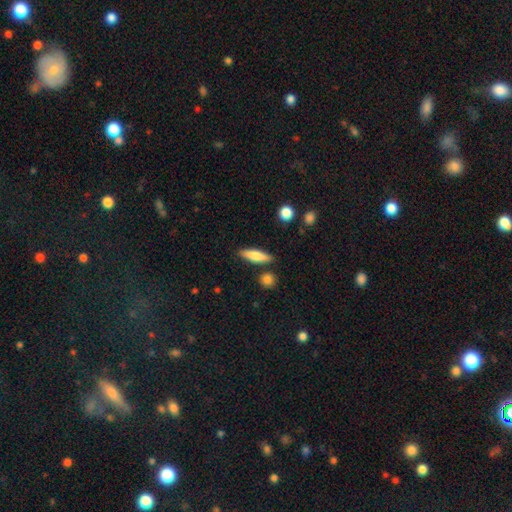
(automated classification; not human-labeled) This is likely a smooth galaxy (74%). How rounded: likely cigar-shaped (67%). Merging: clearly none (85%).